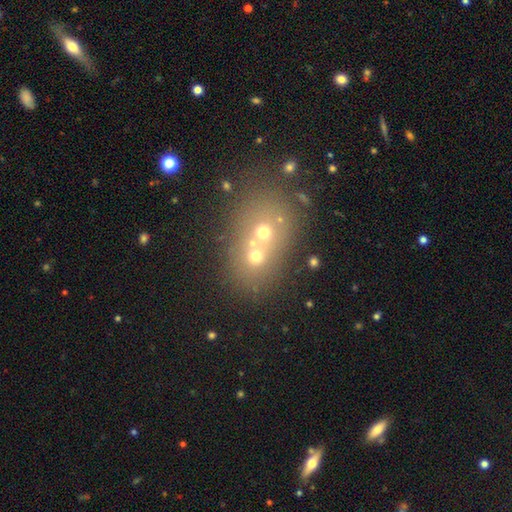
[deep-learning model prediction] Smooth or featured? Predicted: smooth (p=0.55). How rounded? Predicted: round (p=0.62). Merging? Predicted: merger (p=0.56).